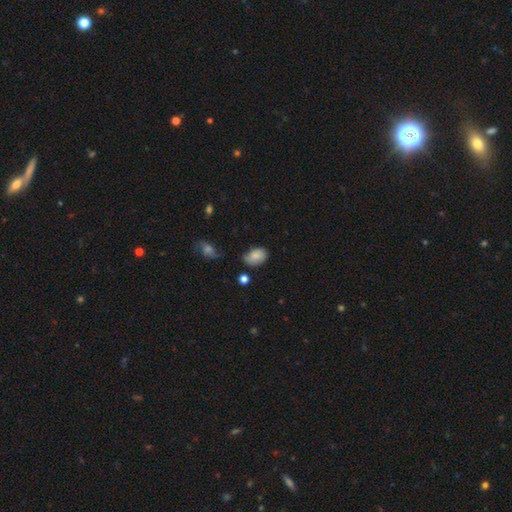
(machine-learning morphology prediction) Q: Smooth or featured?
A: smooth (82%); runner-up: featured or disk (10%)
Q: How rounded?
A: in between (85%); runner-up: round (14%)
Q: Merging?
A: none (55%); runner-up: minor disturbance (34%)